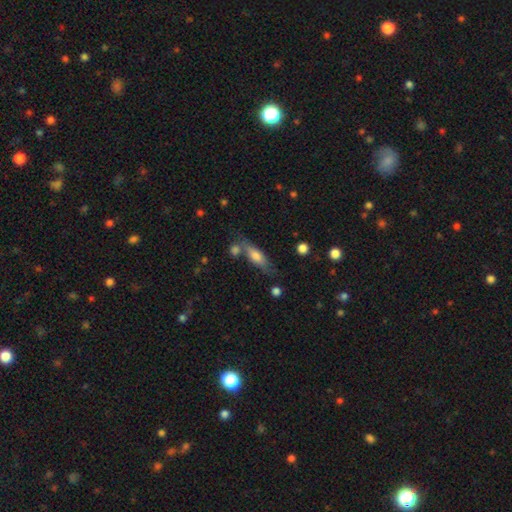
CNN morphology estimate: This is likely a smooth galaxy (65%). How rounded: possibly cigar-shaped (49%). Merging: likely none (64%).